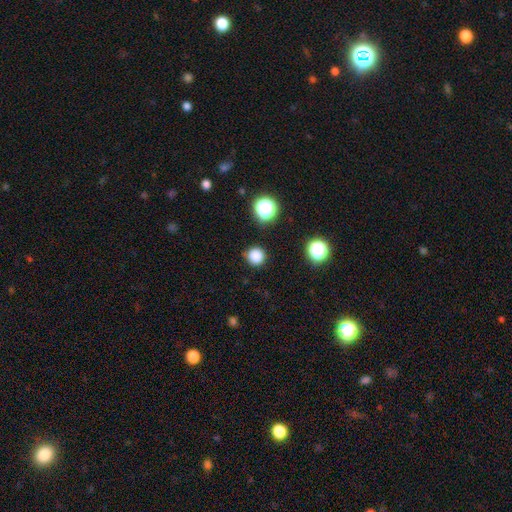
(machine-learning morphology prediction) smooth 83%, star or artifact 14%, featured or disk 3%. Down the decision tree: how rounded — round (94%); merging — none (88%).